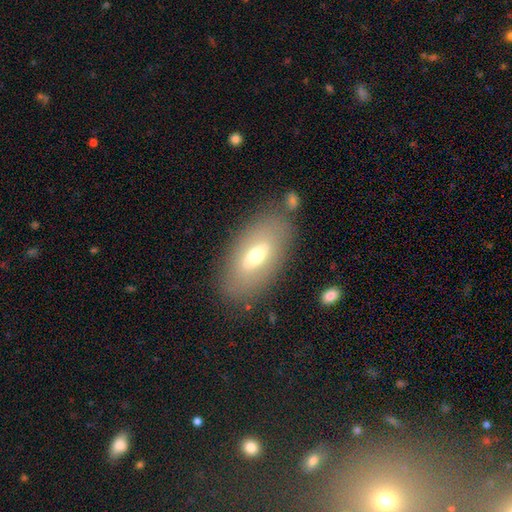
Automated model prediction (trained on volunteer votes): Smooth or featured? smooth (55%)
How rounded? in between (88%)
Merging? none (80%)